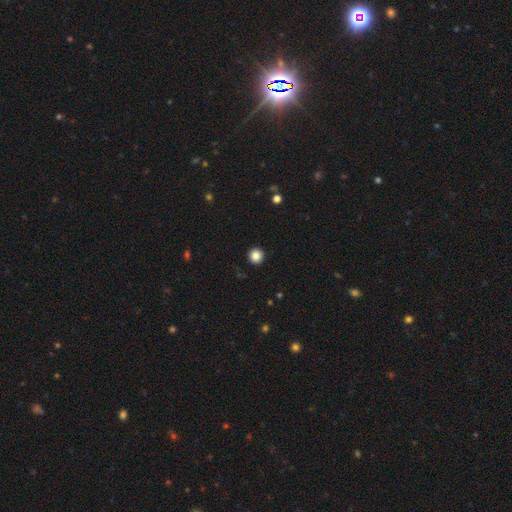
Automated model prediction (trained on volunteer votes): smooth 86%, star or artifact 10%, featured or disk 4%. Down the decision tree: how rounded — round (96%); merging — none (93%).